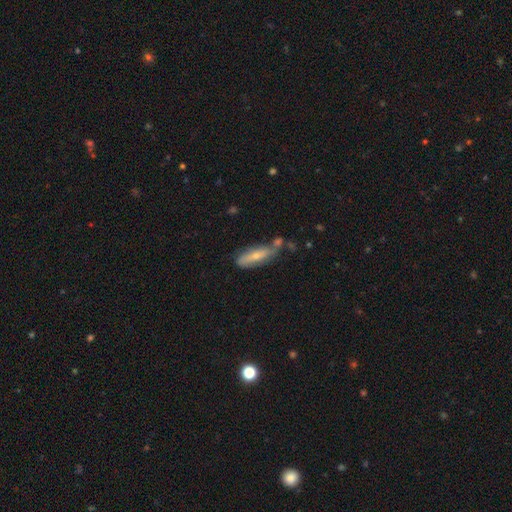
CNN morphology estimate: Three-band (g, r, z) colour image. It shows a smooth galaxy with no disk features (57%) that is cigar-shaped (53%). Merging: none (53%).